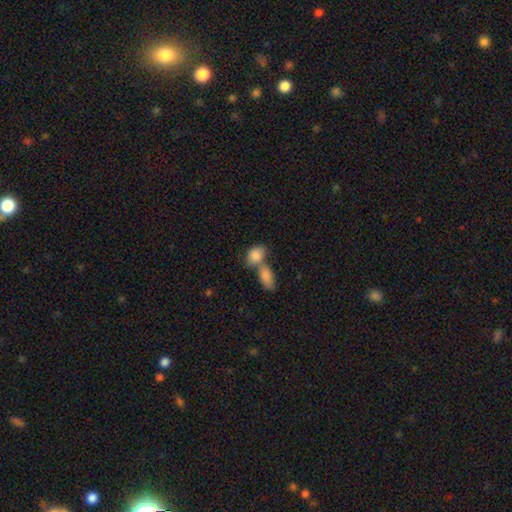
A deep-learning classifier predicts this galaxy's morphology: smooth_or_featured: smooth (p=0.85) [alt: featured or disk p=0.09]
how_rounded: in between (p=0.81) [alt: round p=0.16]
merging: merger (p=0.63) [alt: none p=0.25]